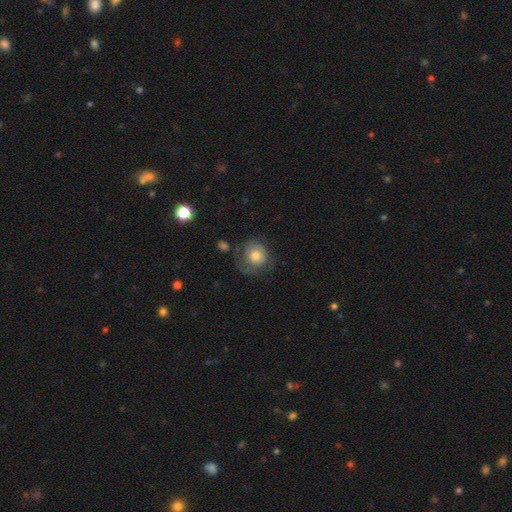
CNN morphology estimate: type=smooth (60%); roundness=round (85%); merging=none (55%).